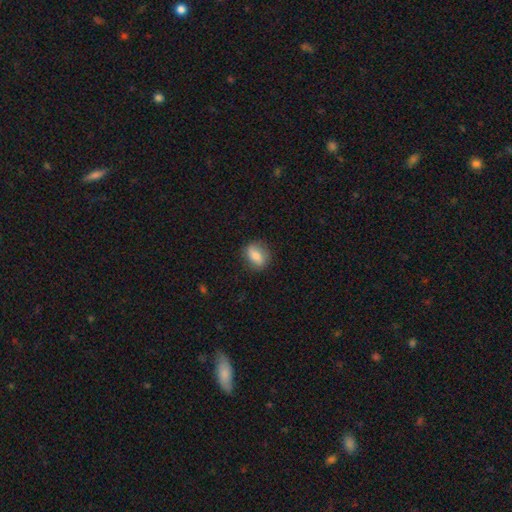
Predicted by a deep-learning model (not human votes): smooth-or-featured: smooth: 74% | featured or disk: 18% | star or artifact: 8%
  how-rounded: in between: 58% | round: 39% | cigar-shaped: 3%
  merging: none: 82% | minor disturbance: 13% | major disturbance: 3% | merger: 1%